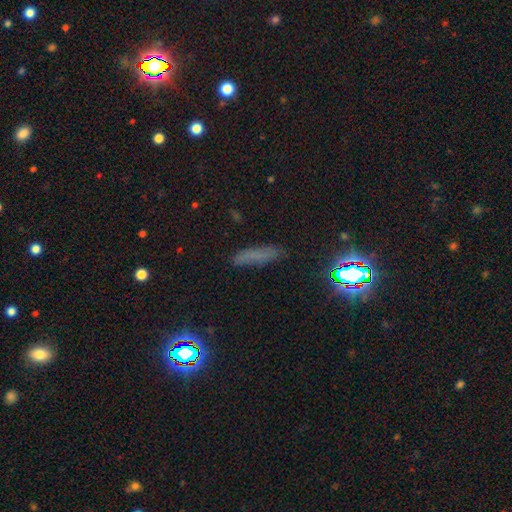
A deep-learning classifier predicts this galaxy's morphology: Smooth or featured? Predicted: smooth (p=0.59). How rounded? Predicted: cigar-shaped (p=0.76). Merging? Predicted: none (p=0.80).